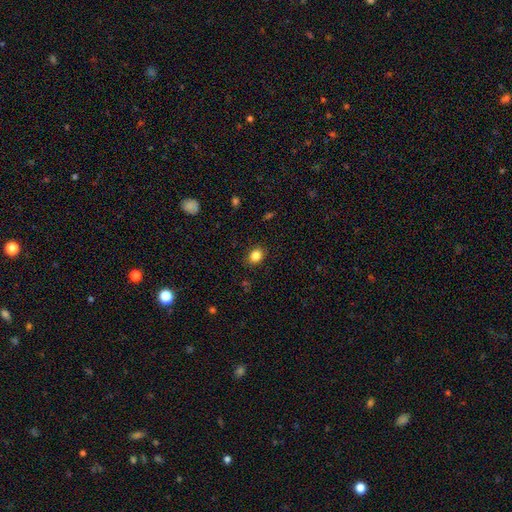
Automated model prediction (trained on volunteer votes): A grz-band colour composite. It shows a smooth galaxy with no disk features (85%) that is round (51%). Merging: none (86%).